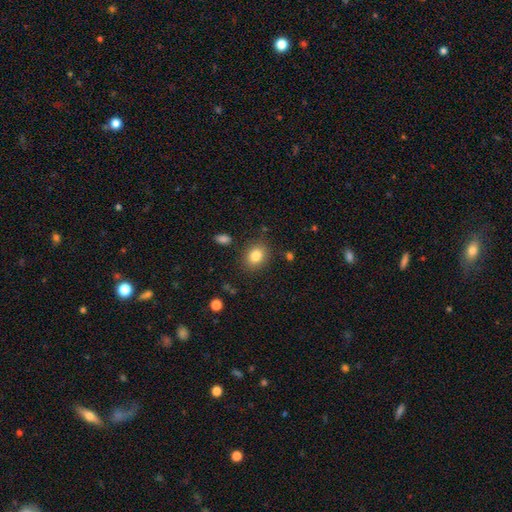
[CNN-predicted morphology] This is clearly a smooth galaxy (83%). How rounded: possibly round (51%). Merging: clearly none (84%).